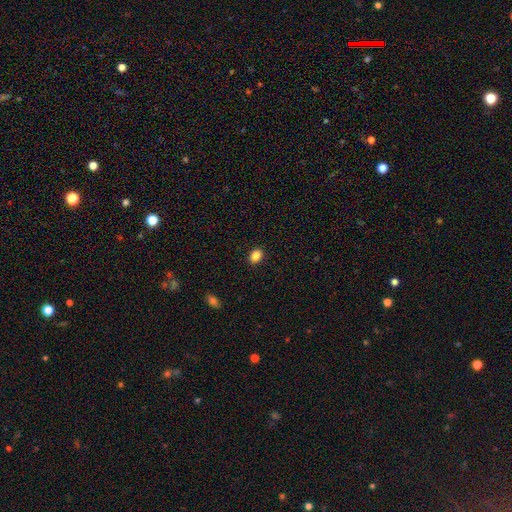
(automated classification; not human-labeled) Smooth or featured: smooth — 86% (star or artifact — 10%)
How rounded: in between — 62% (round — 37%)
Merging: none — 91% (minor disturbance — 7%)